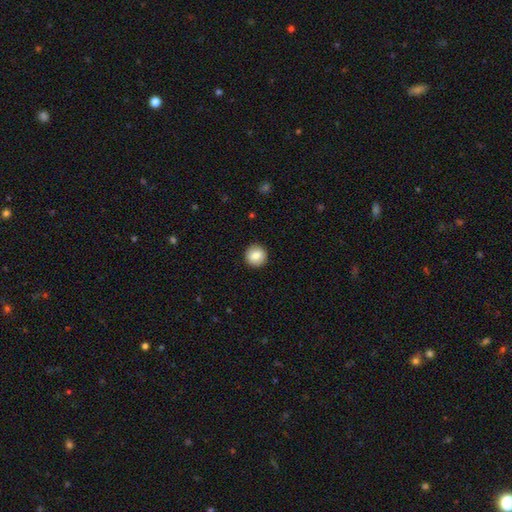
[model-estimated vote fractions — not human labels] Smooth or featured? Predicted: smooth (p=0.85). How rounded? Predicted: round (p=0.95). Merging? Predicted: none (p=0.92).